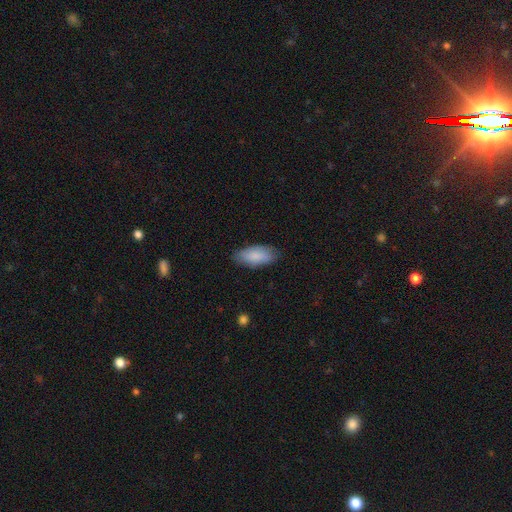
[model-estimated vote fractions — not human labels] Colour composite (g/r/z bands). It shows a smooth galaxy with no disk features (86%) that is in between round and cigar-shaped (87%). Merging: none (82%).